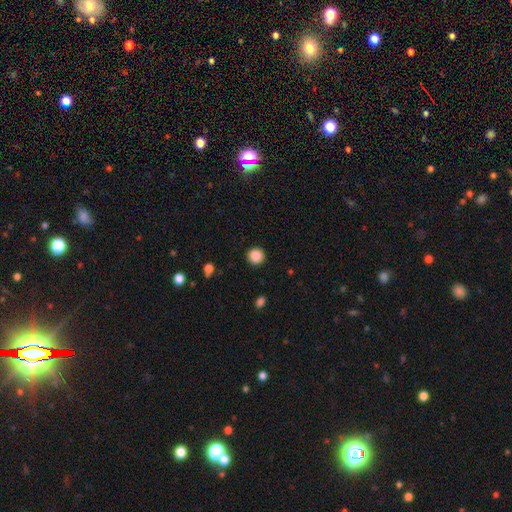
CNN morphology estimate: A smooth galaxy with no disk features (88%) that is round (93%). Merging: none (91%).